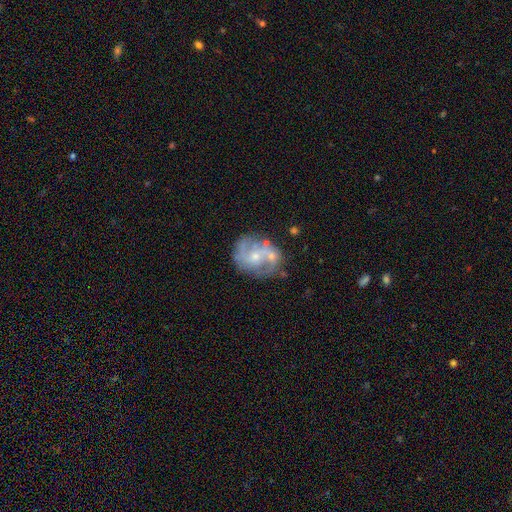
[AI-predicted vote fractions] A featured or disk galaxy (75%) with no bar (63%), 2 (63%) medium (50%) spiral arms (82%) and a small central bulge (59%). Merging: none (56%).